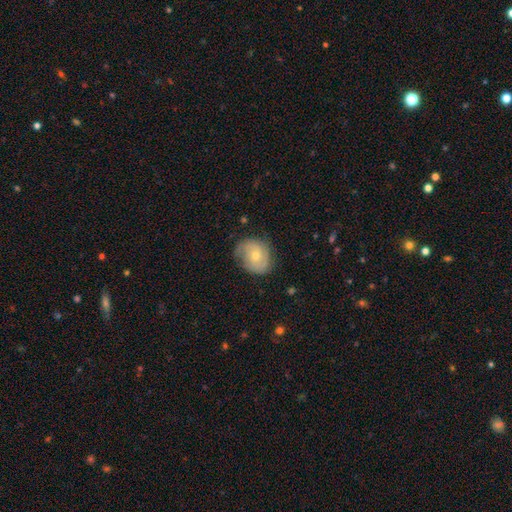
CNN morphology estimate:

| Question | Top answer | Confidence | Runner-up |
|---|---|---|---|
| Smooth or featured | featured or disk | 59% | smooth (34%) |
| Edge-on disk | no | 97% | yes (3%) |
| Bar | no | 77% | weak (20%) |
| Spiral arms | yes | 83% | no (17%) |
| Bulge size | small | 57% | moderate (39%) |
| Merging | none | 69% | minor disturbance (23%) |